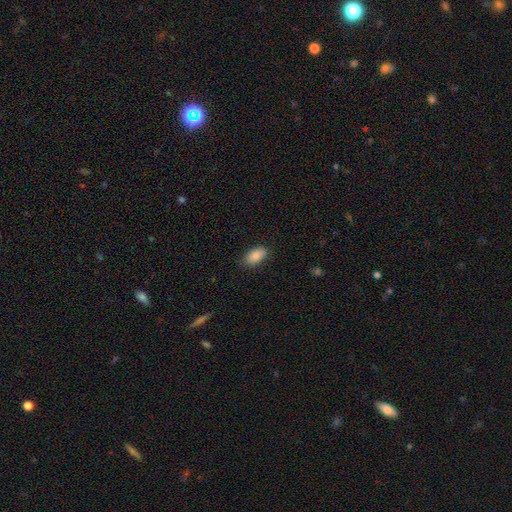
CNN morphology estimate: Smooth or featured?
  - smooth: 86% *
  - star or artifact: 7%
  - featured or disk: 6%
How rounded?
  - in between: 92% *
  - round: 5%
  - cigar-shaped: 3%
Merging?
  - none: 84% *
  - minor disturbance: 12%
  - major disturbance: 3%
  - merger: 1%